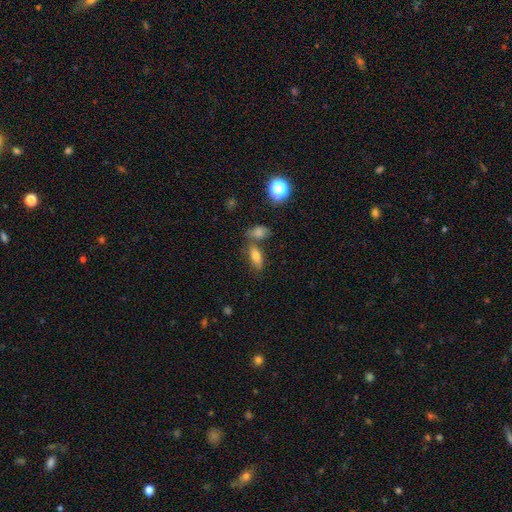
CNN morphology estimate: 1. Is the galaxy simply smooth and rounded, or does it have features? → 76% smooth, 13% featured or disk, 12% star or artifact.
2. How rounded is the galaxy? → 76% in between, 19% cigar-shaped, 6% round.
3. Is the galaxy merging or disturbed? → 60% none, 23% merger, 12% minor disturbance, 5% major disturbance.